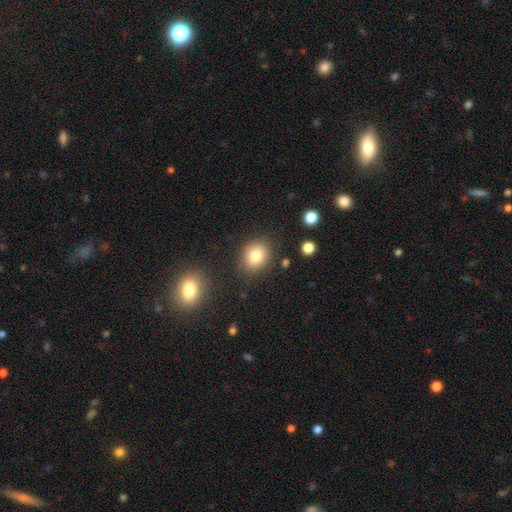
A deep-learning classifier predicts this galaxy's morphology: Smooth or featured?
  - smooth: 82% *
  - star or artifact: 10%
  - featured or disk: 8%
How rounded?
  - round: 58% *
  - in between: 42%
  - cigar-shaped: 1%
Merging?
  - none: 82% *
  - minor disturbance: 11%
  - major disturbance: 3%
  - merger: 3%